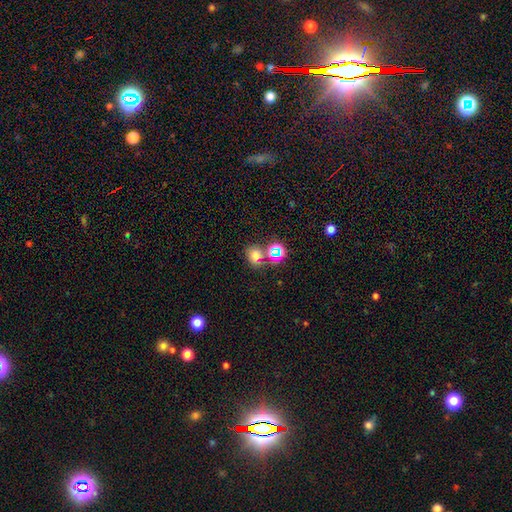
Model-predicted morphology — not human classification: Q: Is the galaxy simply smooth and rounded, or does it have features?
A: smooth — 63%.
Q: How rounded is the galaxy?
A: round — 55%.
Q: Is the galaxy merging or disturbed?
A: none — 51%.